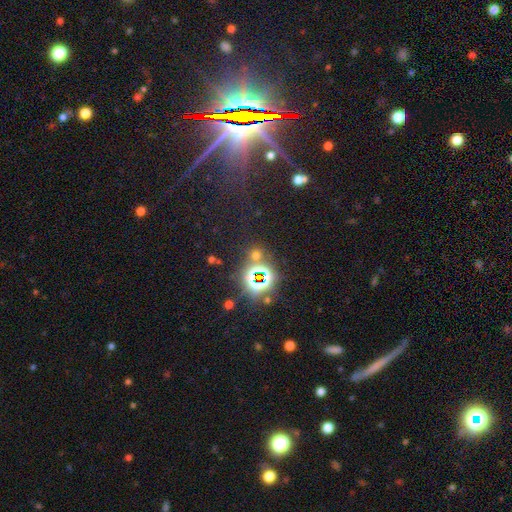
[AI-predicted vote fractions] Smooth or featured: star or artifact — 57% (smooth — 36%)